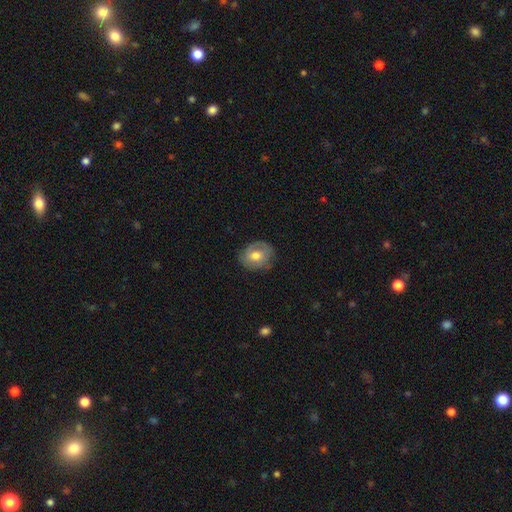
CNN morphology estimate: smooth 57%, featured or disk 36%, star or artifact 7%. Down the decision tree: how rounded — round (61%); merging — none (73%).